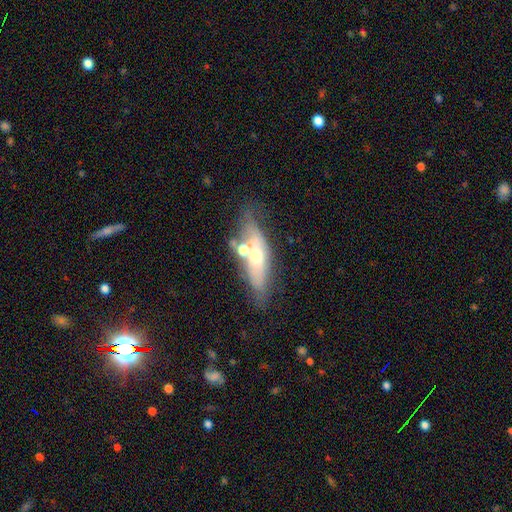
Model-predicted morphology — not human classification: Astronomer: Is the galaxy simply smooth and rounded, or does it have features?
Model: featured or disk — 51% (runner-up: smooth, 39%).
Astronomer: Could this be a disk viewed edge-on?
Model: no — 59% (runner-up: yes, 41%).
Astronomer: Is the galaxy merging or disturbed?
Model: none — 46% (runner-up: merger, 21%).